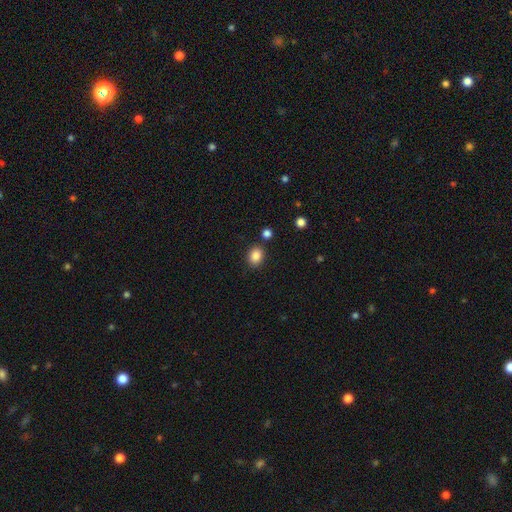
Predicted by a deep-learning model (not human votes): The model was most divided on "how rounded": in between: 50%, round: 49%, cigar-shaped: 1%. More confident: smooth or featured — smooth (86%); merging — none (83%).